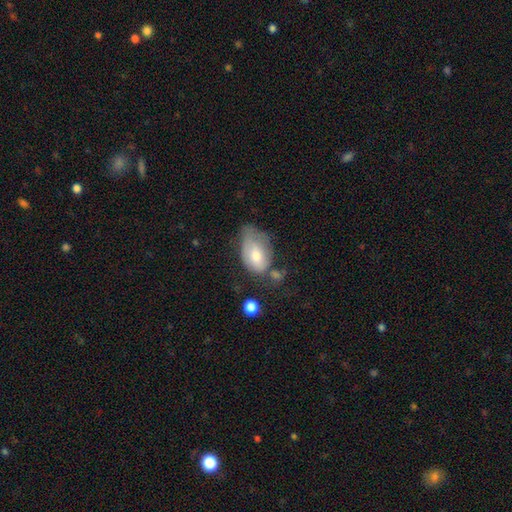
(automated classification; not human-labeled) Smooth or featured? smooth (63%)
How rounded? in between (89%)
Merging? minor disturbance (36%)